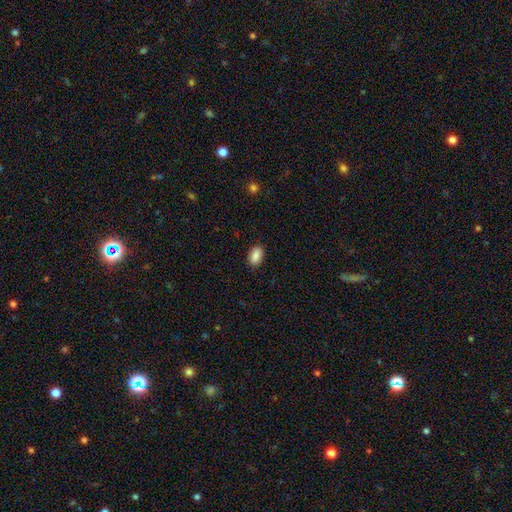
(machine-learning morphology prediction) Smooth or featured: smooth — 88% (star or artifact — 8%)
How rounded: in between — 90% (round — 7%)
Merging: none — 87% (minor disturbance — 10%)